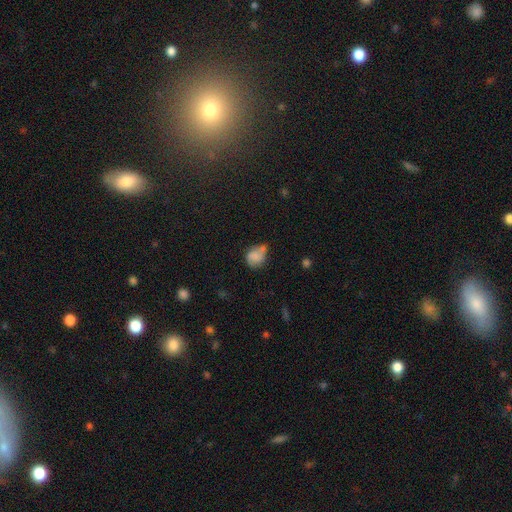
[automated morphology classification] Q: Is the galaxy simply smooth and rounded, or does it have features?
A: smooth — 72%.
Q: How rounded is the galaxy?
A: in between — 53%.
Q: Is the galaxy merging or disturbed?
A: minor disturbance — 36%.